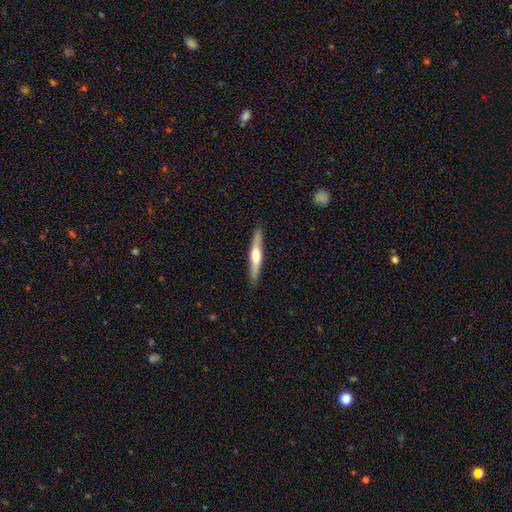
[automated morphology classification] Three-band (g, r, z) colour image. It shows a featured or disk galaxy (57%) viewed edge-on (94%) with a rounded central bulge (79%). Merging: none (88%).